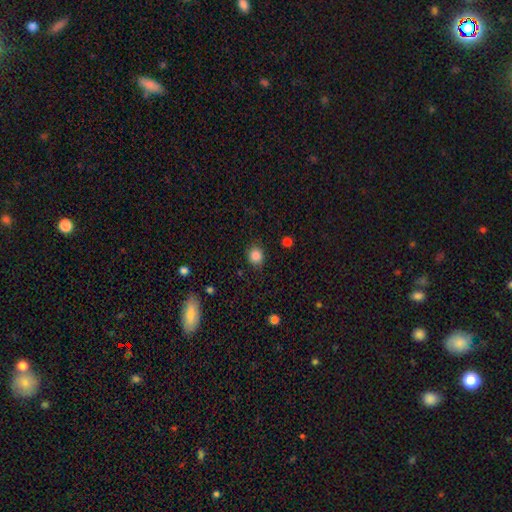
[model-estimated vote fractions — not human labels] smooth 86%, star or artifact 10%, featured or disk 4%. Down the decision tree: how rounded — round (78%); merging — none (84%).